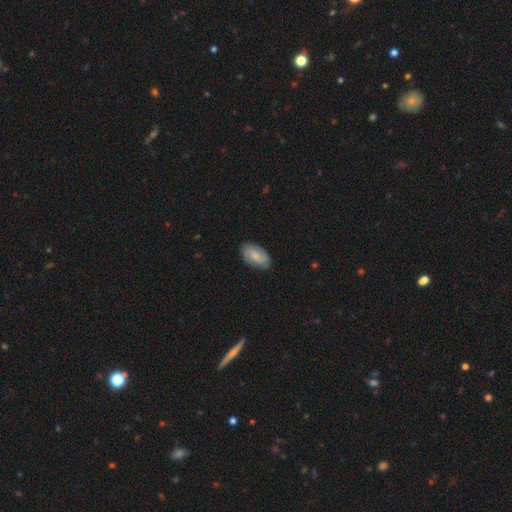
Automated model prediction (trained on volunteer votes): The model was most divided on "smooth or featured": featured or disk: 51%, smooth: 43%, star or artifact: 6%. More confident: edge-on disk — no (95%); merging — none (84%).